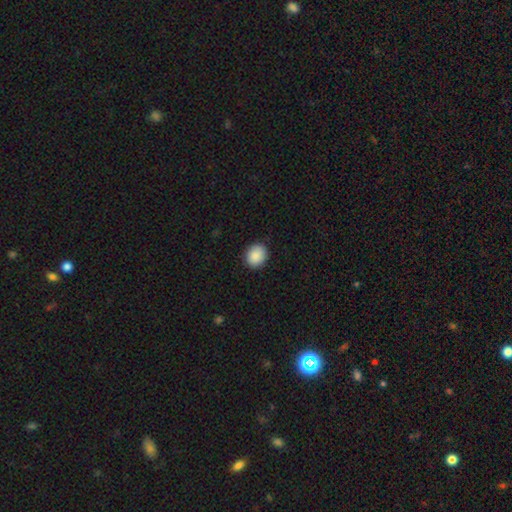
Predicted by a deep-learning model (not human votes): Q: Smooth or featured?
A: smooth (89%); runner-up: star or artifact (7%)
Q: How rounded?
A: round (66%); runner-up: in between (33%)
Q: Merging?
A: none (88%); runner-up: minor disturbance (9%)